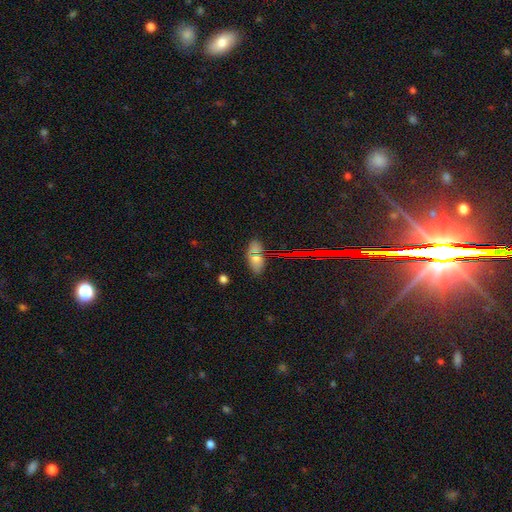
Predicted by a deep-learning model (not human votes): smooth 68%, star or artifact 22%, featured or disk 10%. Down the decision tree: how rounded — in between (87%); merging — none (83%).